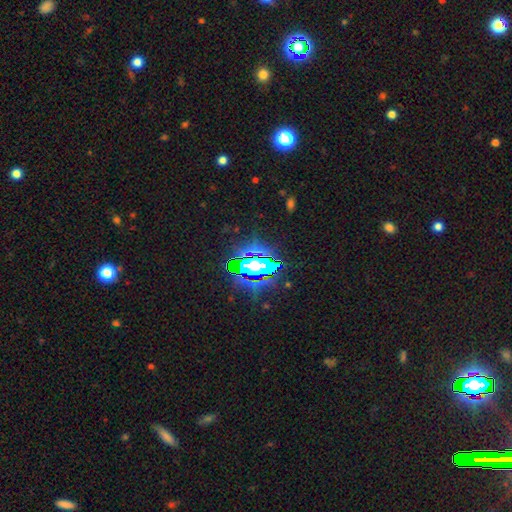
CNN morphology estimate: This is likely a star or artifact rather than a galaxy (76%).